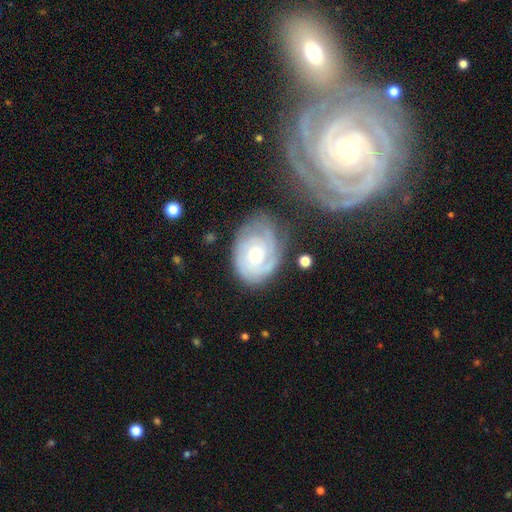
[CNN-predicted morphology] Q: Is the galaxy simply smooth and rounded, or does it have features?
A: featured or disk — 77%.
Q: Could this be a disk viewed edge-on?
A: no — 97%.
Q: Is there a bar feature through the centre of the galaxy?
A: no — 71%.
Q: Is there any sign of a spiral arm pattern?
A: yes — 93%.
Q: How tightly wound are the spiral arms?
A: tight — 70%.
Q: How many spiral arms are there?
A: can't tell — 37%.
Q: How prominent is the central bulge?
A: moderate — 50%.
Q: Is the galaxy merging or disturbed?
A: none — 64%.